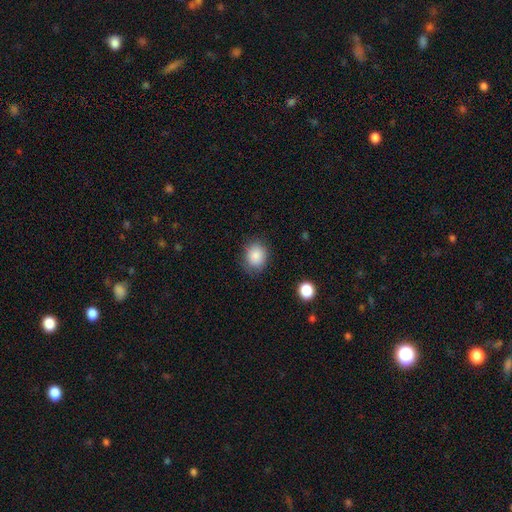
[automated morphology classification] A smooth galaxy with no disk features (86%) that is round (54%).

Vote fractions:
- Smooth or featured? smooth: 86% / star or artifact: 9% / featured or disk: 5%
- How rounded? round: 54% / in between: 45% / cigar-shaped: 1%
- Merging? none: 80% / minor disturbance: 14% / major disturbance: 4% / merger: 2%